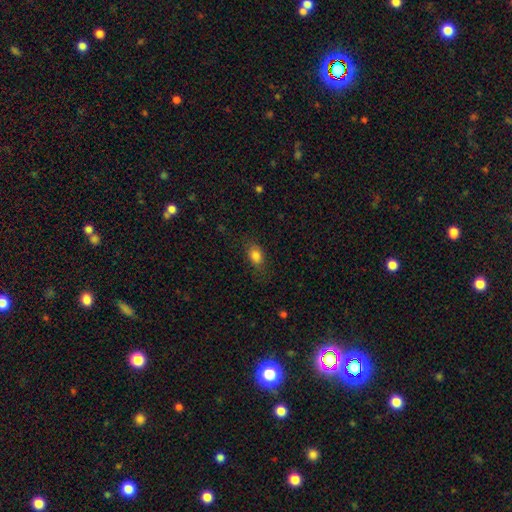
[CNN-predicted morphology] This appears to be a smooth galaxy with no disk features (83%) that is in between round and cigar-shaped (79%). Merging: none (76%).